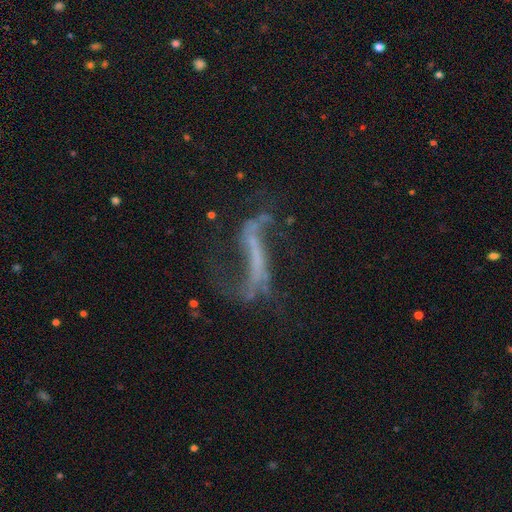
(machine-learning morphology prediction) Smooth or featured?
  - featured or disk: 72% *
  - star or artifact: 15%
  - smooth: 13%
Edge-on disk?
  - no: 84% *
  - yes: 16%
Bar?
  - strong: 47% *
  - no: 30%
  - weak: 22%
Spiral arms?
  - yes: 64% *
  - no: 36%
Bulge size?
  - none: 71% *
  - small: 20%
  - moderate: 6%
  - large: 2%
  - dominant: 1%
Merging?
  - none: 41% *
  - major disturbance: 35%
  - minor disturbance: 16%
  - merger: 8%